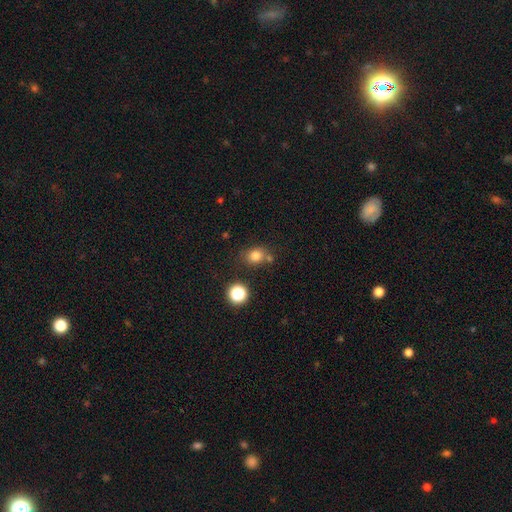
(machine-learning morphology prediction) This appears to be a smooth galaxy with no disk features (78%) that is round (62%). Merging: none (67%).